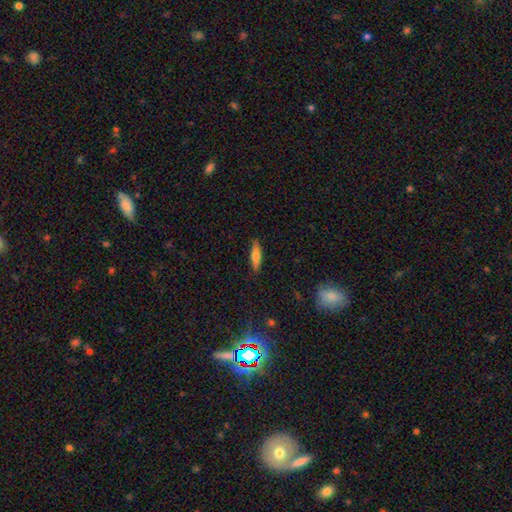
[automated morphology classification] smooth-or-featured: smooth: 64% | featured or disk: 30% | star or artifact: 7%
  how-rounded: cigar-shaped: 69% | in between: 29% | round: 2%
  merging: none: 87% | minor disturbance: 10% | major disturbance: 2% | merger: 1%